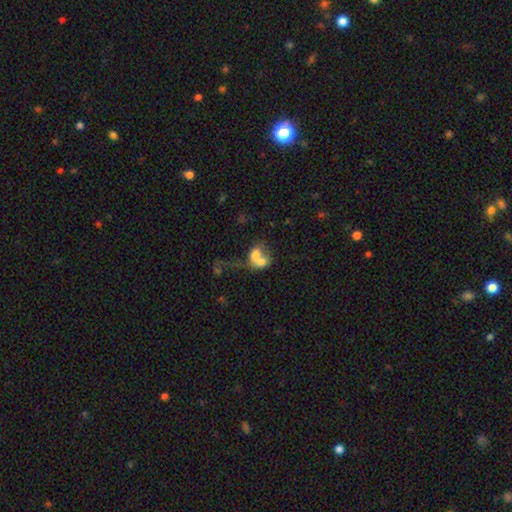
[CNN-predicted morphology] Smooth or featured? smooth (63%)
How rounded? in between (54%)
Merging? merger (74%)